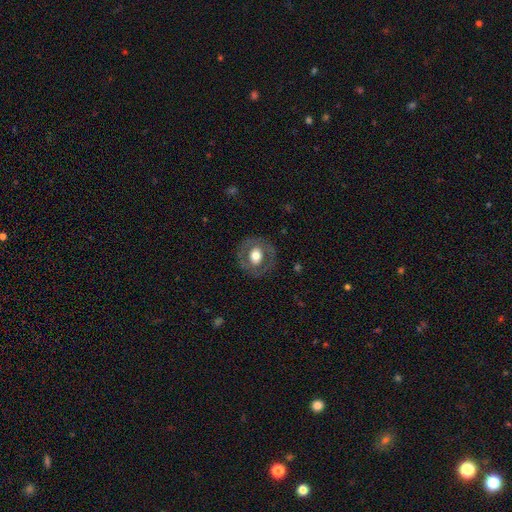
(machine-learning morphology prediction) This appears to be a smooth galaxy with no disk features (48%). Merging: none (81%).